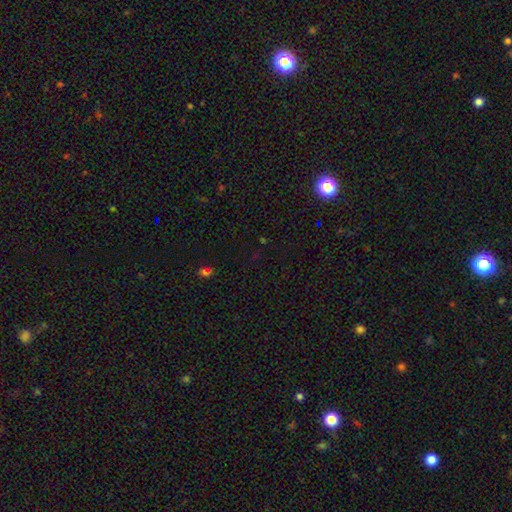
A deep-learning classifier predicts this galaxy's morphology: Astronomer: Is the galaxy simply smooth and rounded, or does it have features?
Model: star or artifact — 64%.